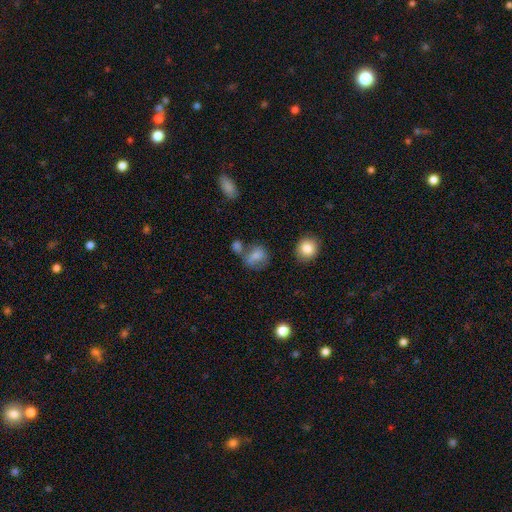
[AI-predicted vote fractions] A smooth galaxy with no disk features (72%) that is round (61%). Merging: none (47%).